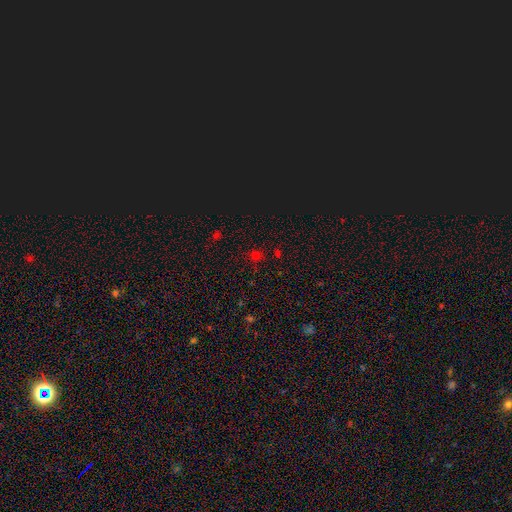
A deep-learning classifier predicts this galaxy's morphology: Smooth or featured? Predicted: smooth (p=0.57). How rounded? Predicted: round (p=0.83). Merging? Predicted: none (p=0.81).